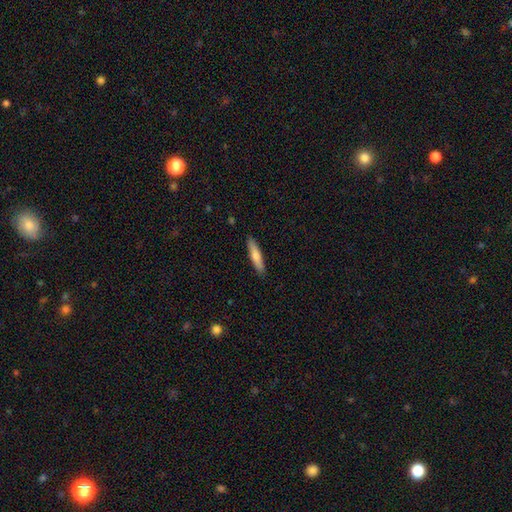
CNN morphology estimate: Q: Smooth or featured?
A: smooth (65%); runner-up: featured or disk (29%)
Q: How rounded?
A: cigar-shaped (86%); runner-up: in between (12%)
Q: Merging?
A: none (90%); runner-up: minor disturbance (7%)